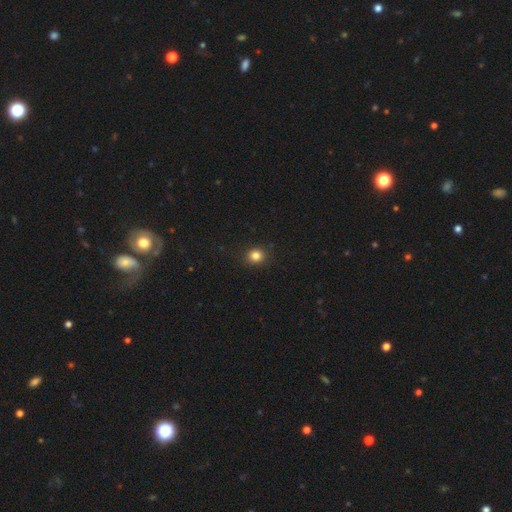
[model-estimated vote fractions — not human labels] Smooth or featured? smooth (83%)
How rounded? round (82%)
Merging? none (89%)